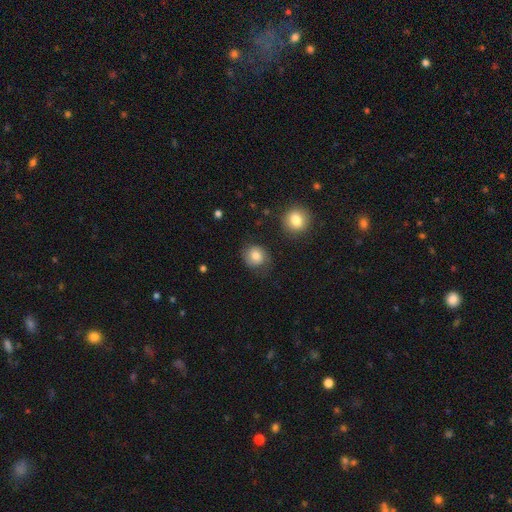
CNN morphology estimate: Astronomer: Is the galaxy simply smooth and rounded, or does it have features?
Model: smooth — 70%.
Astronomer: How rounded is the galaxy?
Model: round — 77%.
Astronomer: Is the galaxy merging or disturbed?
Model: none — 70%.